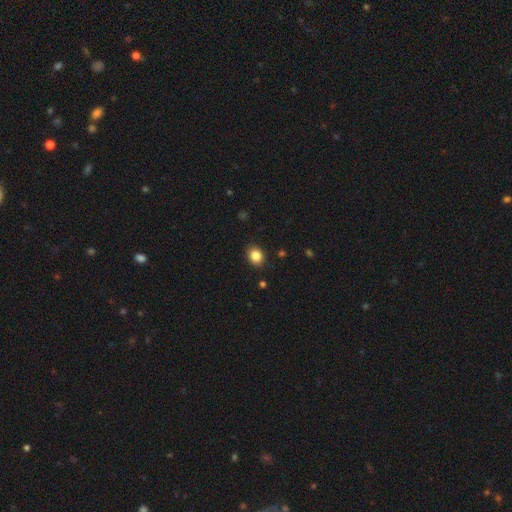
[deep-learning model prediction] smooth_or_featured: smooth (p=0.85) [alt: star or artifact p=0.10]
how_rounded: round (p=0.52) [alt: in between p=0.47]
merging: none (p=0.89) [alt: minor disturbance p=0.08]